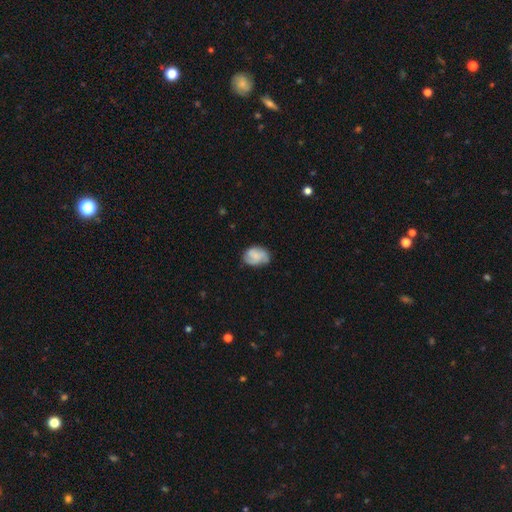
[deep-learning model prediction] The model was most divided on "smooth or featured": smooth: 59%, featured or disk: 33%, star or artifact: 8%. More confident: how rounded — in between (70%); merging — none (57%).